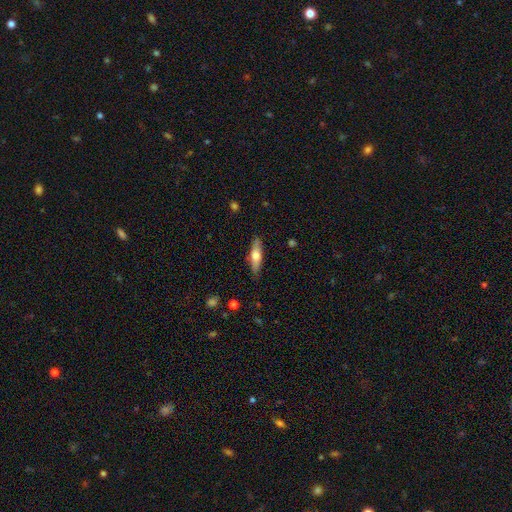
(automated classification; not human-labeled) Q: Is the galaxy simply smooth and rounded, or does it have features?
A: smooth — 58%.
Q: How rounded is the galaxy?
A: cigar-shaped — 58%.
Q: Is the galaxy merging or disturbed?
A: none — 85%.